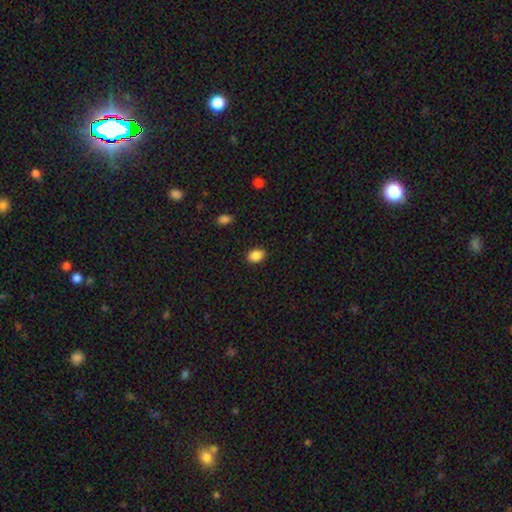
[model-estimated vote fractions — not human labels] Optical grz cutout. It shows a smooth galaxy with no disk features (88%) that is in between round and cigar-shaped (75%). Merging: none (89%).